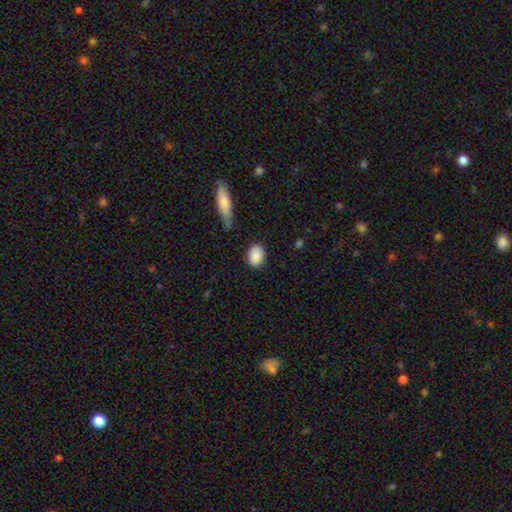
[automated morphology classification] Smooth or featured: smooth — 88% (star or artifact — 7%)
How rounded: in between — 73% (round — 25%)
Merging: none — 81% (minor disturbance — 13%)